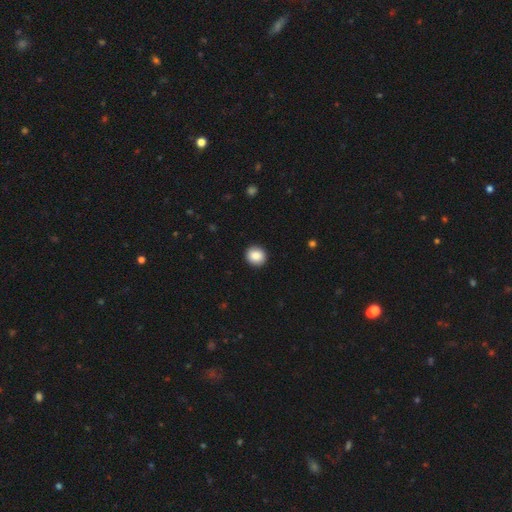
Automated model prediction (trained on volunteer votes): Smooth or featured? smooth (88%)
How rounded? round (85%)
Merging? none (92%)